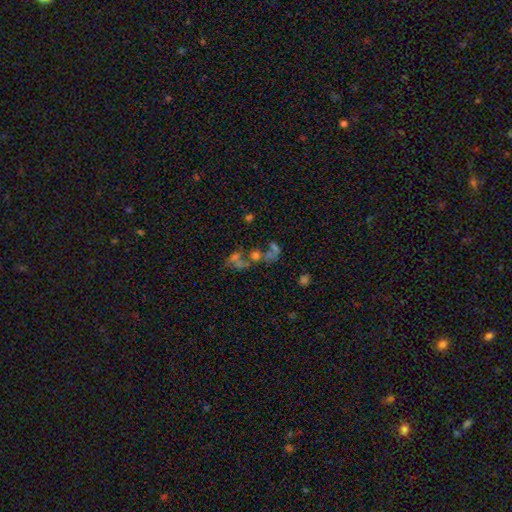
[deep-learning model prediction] star or artifact 45%, featured or disk 28%, smooth 27%.